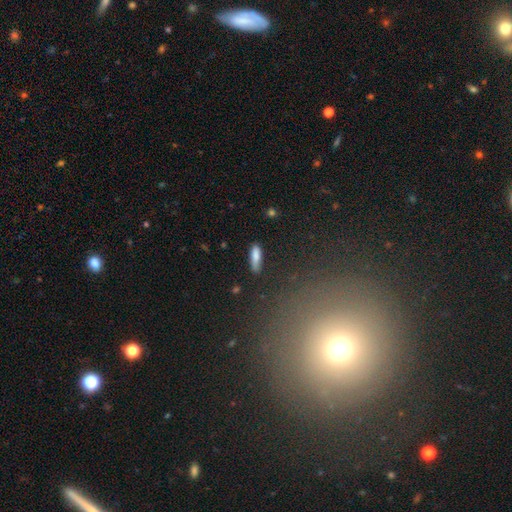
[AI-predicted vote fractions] Smooth or featured: smooth — 83% (featured or disk — 10%)
How rounded: cigar-shaped — 60% (in between — 38%)
Merging: none — 80% (minor disturbance — 14%)